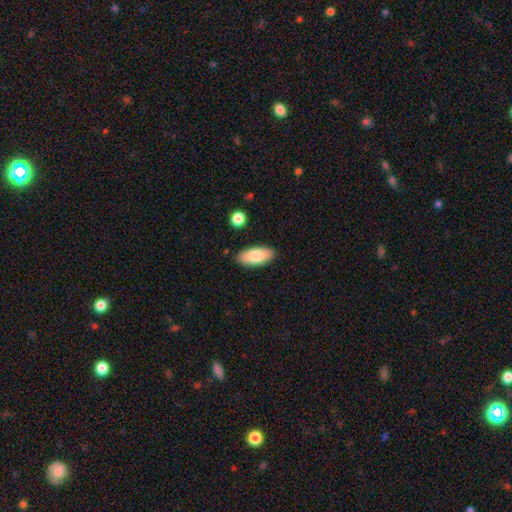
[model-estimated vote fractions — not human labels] Smooth or featured? Predicted: smooth (p=0.82). How rounded? Predicted: in between (p=0.88). Merging? Predicted: none (p=0.87).